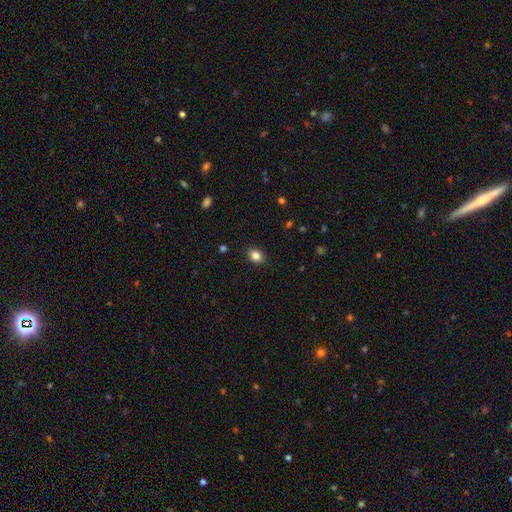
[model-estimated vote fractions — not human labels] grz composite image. It shows a smooth galaxy with no disk features (84%) that is in between round and cigar-shaped (62%). Merging: none (88%).